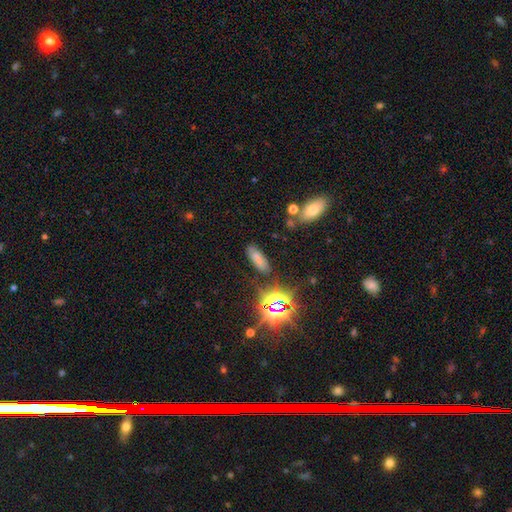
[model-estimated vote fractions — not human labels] This appears to be a smooth galaxy with no disk features (64%) that is in between round and cigar-shaped (65%). Merging: none (78%).